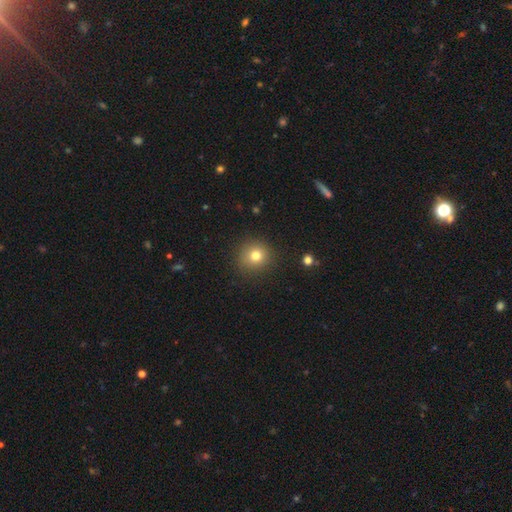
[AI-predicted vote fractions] Smooth or featured: smooth — 77% (star or artifact — 14%)
How rounded: round — 92% (in between — 7%)
Merging: none — 89% (minor disturbance — 7%)